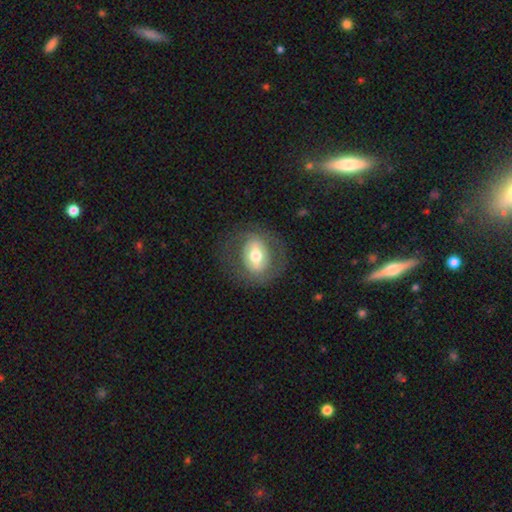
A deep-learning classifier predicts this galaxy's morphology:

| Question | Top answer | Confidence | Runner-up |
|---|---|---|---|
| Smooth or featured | featured or disk | 53% | smooth (40%) |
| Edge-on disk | no | 91% | yes (9%) |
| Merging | none | 76% | minor disturbance (13%) |